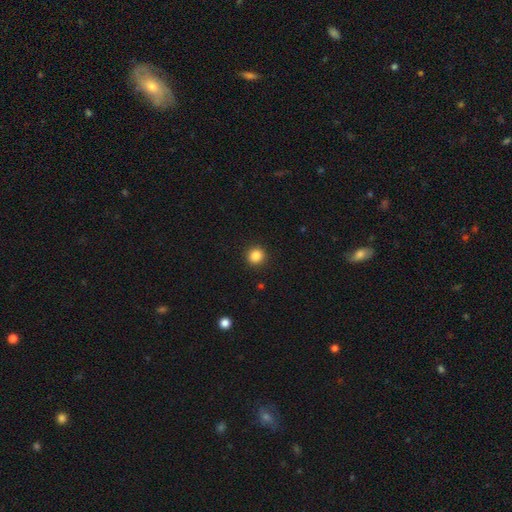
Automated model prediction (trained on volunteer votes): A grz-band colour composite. It shows a smooth galaxy with no disk features (86%) that is round (92%). Merging: none (92%).